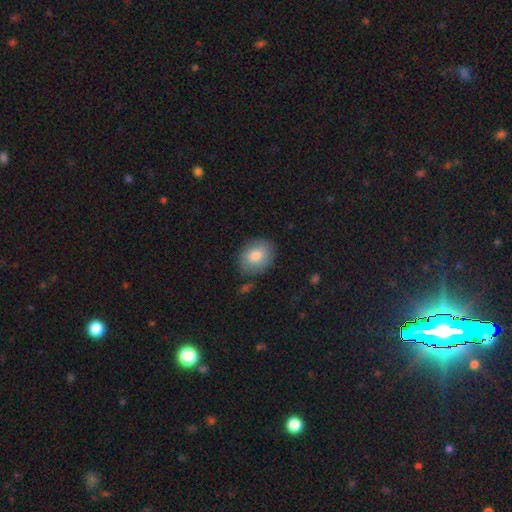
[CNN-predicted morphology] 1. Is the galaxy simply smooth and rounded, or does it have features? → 79% smooth, 14% featured or disk, 8% star or artifact.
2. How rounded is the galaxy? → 56% in between, 43% round, 1% cigar-shaped.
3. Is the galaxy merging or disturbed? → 78% none, 16% minor disturbance, 4% major disturbance, 3% merger.